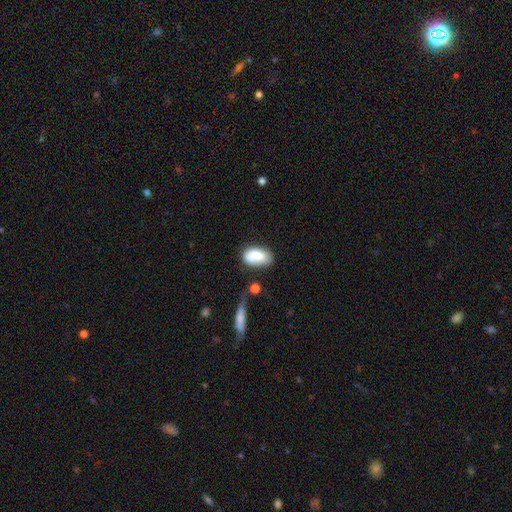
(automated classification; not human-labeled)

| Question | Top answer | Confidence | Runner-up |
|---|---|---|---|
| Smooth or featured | smooth | 73% | featured or disk (19%) |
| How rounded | in between | 91% | round (7%) |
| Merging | none | 45% | minor disturbance (25%) |